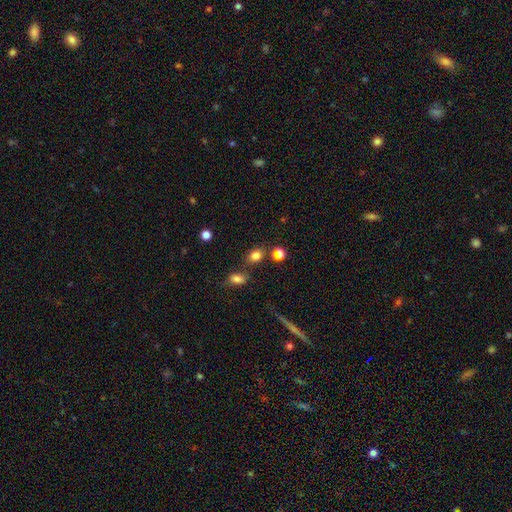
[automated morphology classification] smooth-or-featured: smooth: 79% | star or artifact: 14% | featured or disk: 7%
  how-rounded: in between: 61% | round: 37% | cigar-shaped: 2%
  merging: none: 71% | minor disturbance: 13% | merger: 12% | major disturbance: 5%